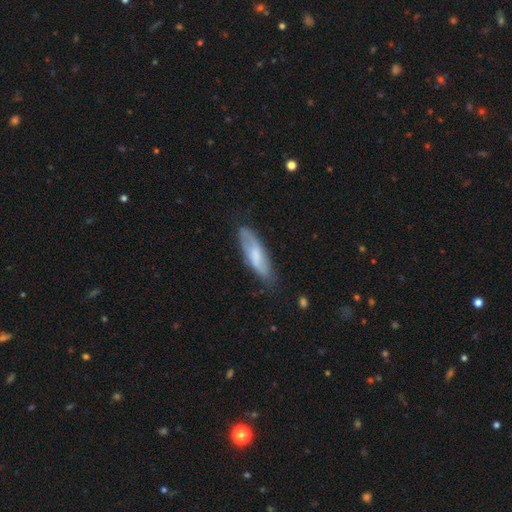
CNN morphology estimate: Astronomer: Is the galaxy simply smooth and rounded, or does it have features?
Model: smooth — 53% (runner-up: featured or disk, 41%).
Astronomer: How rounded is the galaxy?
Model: cigar-shaped — 49%, tied with in between at 49%.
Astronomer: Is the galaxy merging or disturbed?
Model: none — 71%.